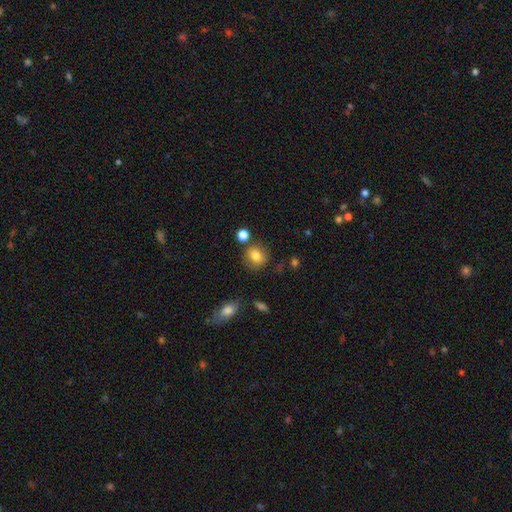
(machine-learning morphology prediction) A smooth galaxy with no disk features (80%) that is round (79%).

Vote fractions:
- Smooth or featured? smooth: 80% / featured or disk: 10% / star or artifact: 10%
- How rounded? round: 79% / in between: 20% / cigar-shaped: 1%
- Merging? none: 78% / minor disturbance: 12% / merger: 7% / major disturbance: 3%